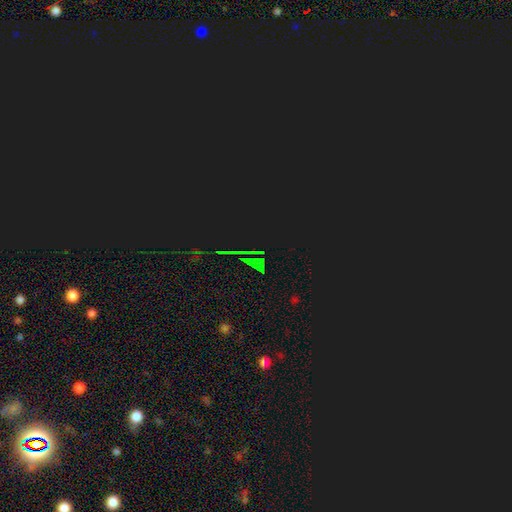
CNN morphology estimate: This appears to be a star or artifact, not a galaxy (84%).